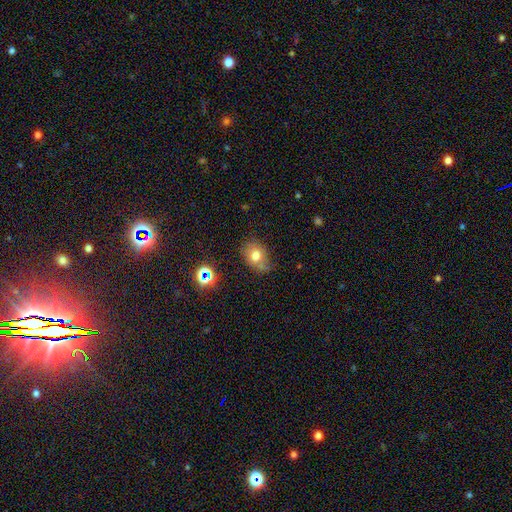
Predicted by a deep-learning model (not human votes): A smooth galaxy with no disk features (71%) that is in between round and cigar-shaped (56%). Merging: none (61%).